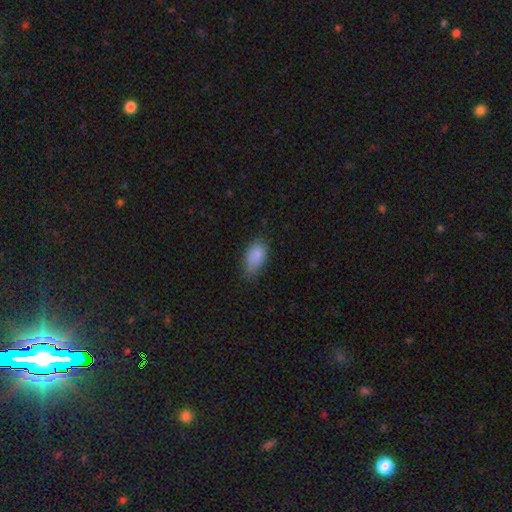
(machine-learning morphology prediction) Smooth or featured?
  - smooth: 86% *
  - star or artifact: 8%
  - featured or disk: 6%
How rounded?
  - in between: 91% *
  - round: 6%
  - cigar-shaped: 3%
Merging?
  - none: 56% *
  - minor disturbance: 34%
  - major disturbance: 9%
  - merger: 2%